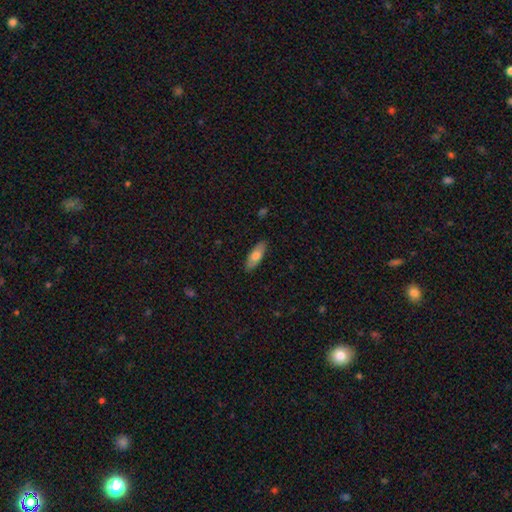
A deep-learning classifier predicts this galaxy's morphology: Smooth or featured? smooth (72%)
How rounded? in between (68%)
Merging? none (87%)